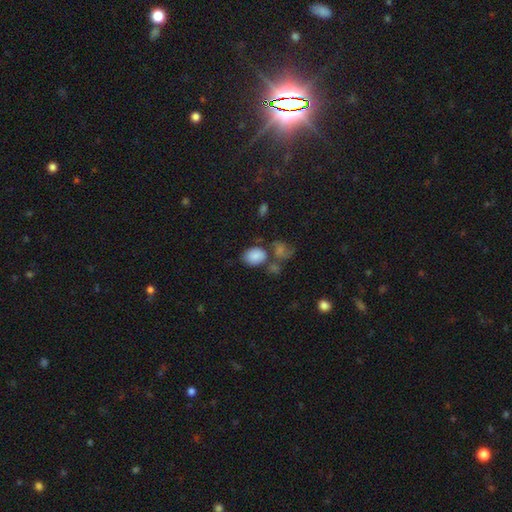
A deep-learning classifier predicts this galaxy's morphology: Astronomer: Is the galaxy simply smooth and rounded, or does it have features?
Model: smooth — 84%.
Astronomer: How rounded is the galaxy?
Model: in between — 74%.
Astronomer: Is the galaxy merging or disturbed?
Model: none — 51%.